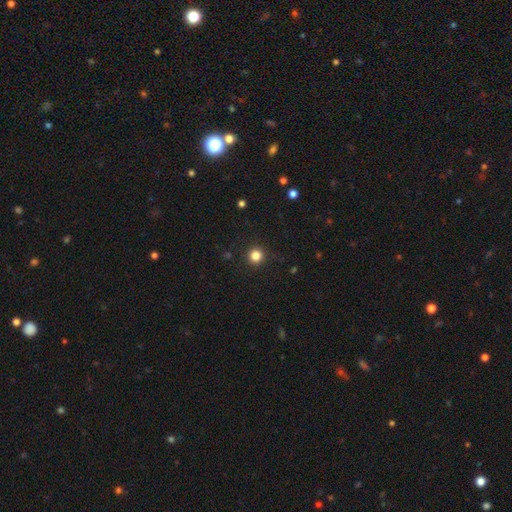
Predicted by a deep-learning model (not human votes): Smooth or featured? Predicted: smooth (p=0.83). How rounded? Predicted: round (p=0.96). Merging? Predicted: none (p=0.93).